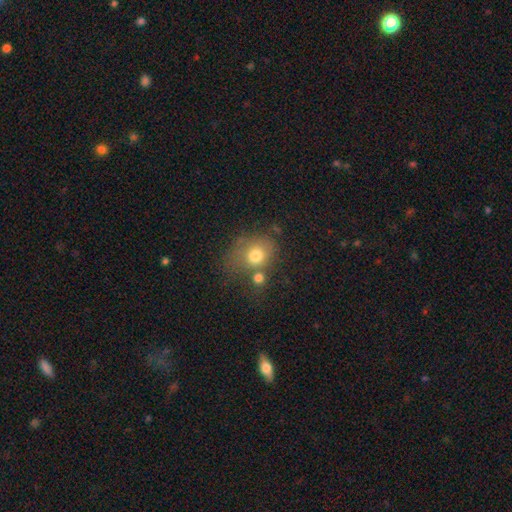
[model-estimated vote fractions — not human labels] A smooth galaxy with no disk features (73%) that is round (58%). Merging: none (42%).